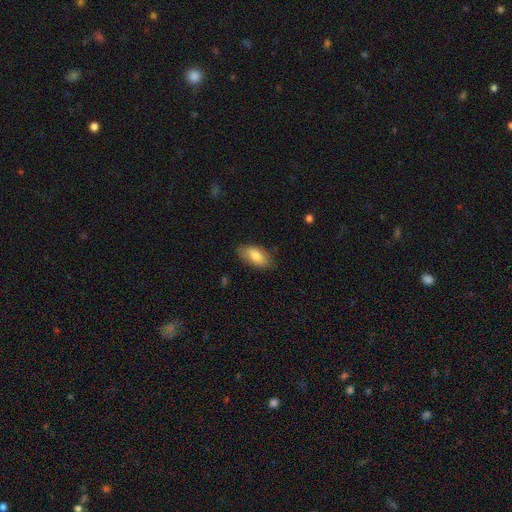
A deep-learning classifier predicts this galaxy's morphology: This appears to be a smooth galaxy with no disk features (81%) that is in between round and cigar-shaped (92%). Merging: none (78%).